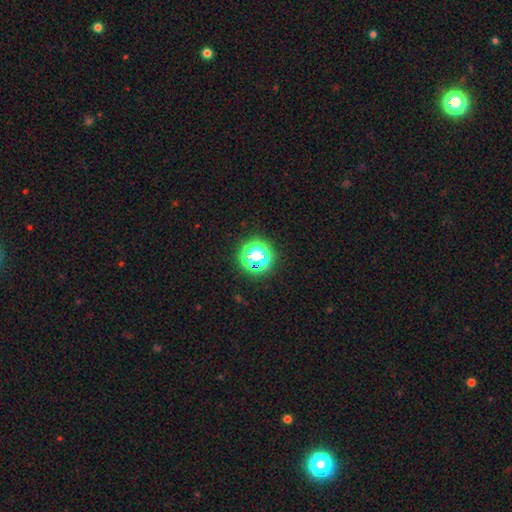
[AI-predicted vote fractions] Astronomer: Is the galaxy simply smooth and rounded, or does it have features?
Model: smooth — 45% (runner-up: star or artifact, 44%).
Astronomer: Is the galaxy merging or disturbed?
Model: none — 77%.